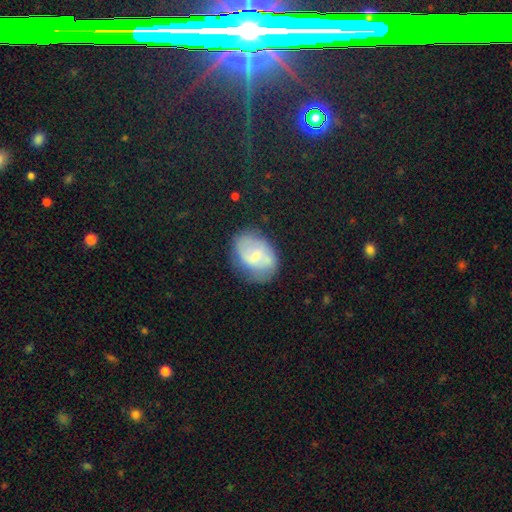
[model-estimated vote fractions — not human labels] Morphology: type=featured or disk (51%); edge-on=no (97%); merging=none (59%).